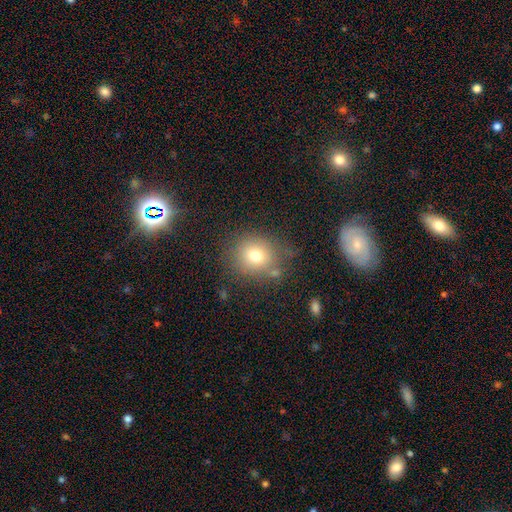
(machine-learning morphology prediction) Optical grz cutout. It shows a smooth galaxy with no disk features (73%) that is round (77%). Merging: none (72%).